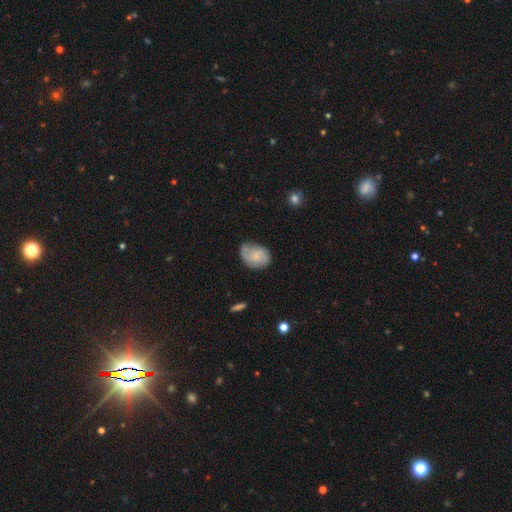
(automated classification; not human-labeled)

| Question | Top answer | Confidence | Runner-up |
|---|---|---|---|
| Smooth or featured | featured or disk | 46% | tied: smooth (46%) |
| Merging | none | 50% | minor disturbance (32%) |